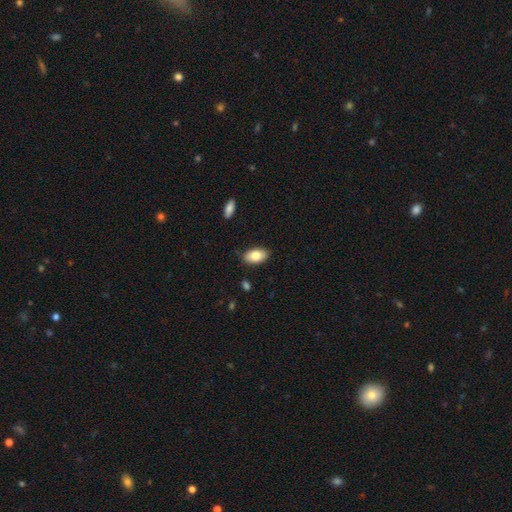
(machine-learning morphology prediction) Overall: smooth (80%). How rounded: in between (93%). Merging: none (87%).